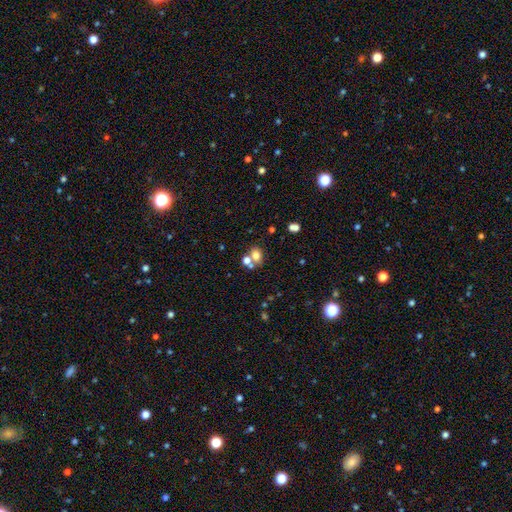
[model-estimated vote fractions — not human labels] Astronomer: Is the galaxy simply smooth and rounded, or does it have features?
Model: smooth — 72%.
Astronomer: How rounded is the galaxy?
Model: in between — 58% (runner-up: round, 41%).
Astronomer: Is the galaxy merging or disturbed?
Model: none — 47% (runner-up: merger, 38%).